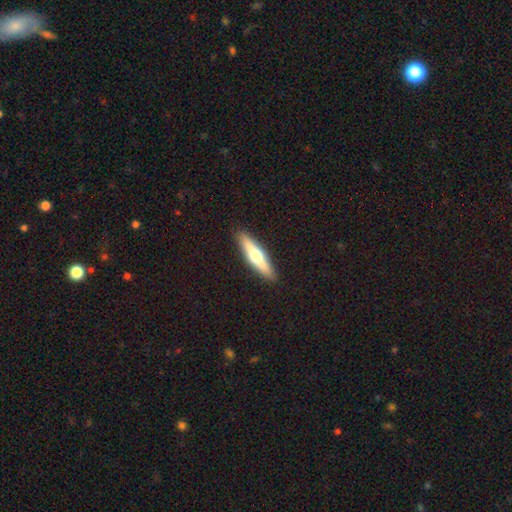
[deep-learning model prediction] A featured or disk galaxy (49%).

Vote fractions:
- Smooth or featured? featured or disk: 49% / smooth: 45% / star or artifact: 5%
- Merging? none: 91% / minor disturbance: 7% / major disturbance: 2% / merger: 1%